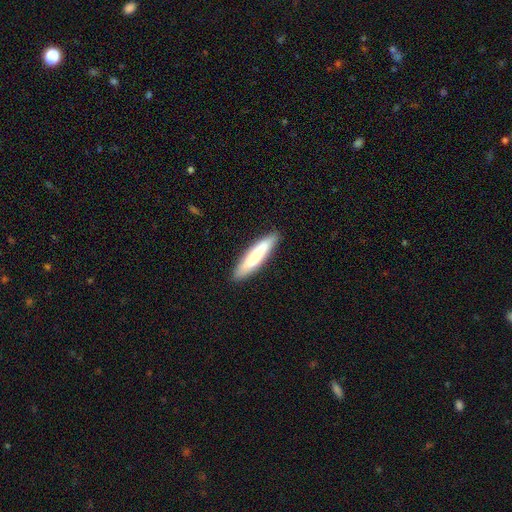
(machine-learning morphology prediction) type=smooth (75%); roundness=cigar-shaped (82%); merging=none (89%).